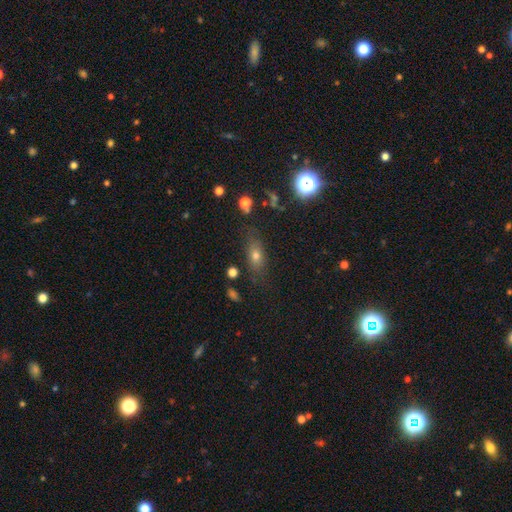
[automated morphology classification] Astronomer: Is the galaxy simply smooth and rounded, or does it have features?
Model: smooth — 61%.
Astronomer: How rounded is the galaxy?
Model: in between — 64%.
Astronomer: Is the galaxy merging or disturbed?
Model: none — 74%.